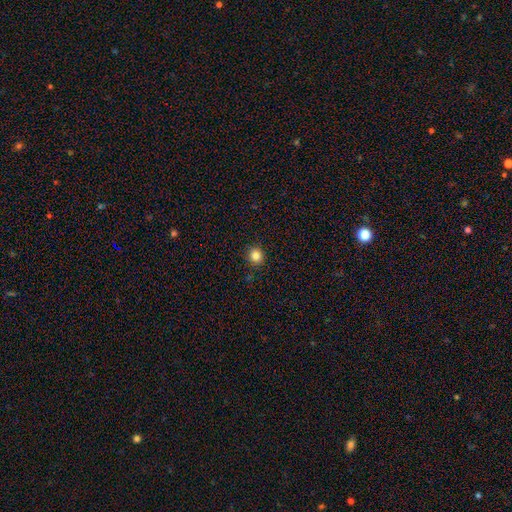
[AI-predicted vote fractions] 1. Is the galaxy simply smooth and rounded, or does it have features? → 84% smooth, 11% star or artifact, 5% featured or disk.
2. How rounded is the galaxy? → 89% round, 10% in between, 1% cigar-shaped.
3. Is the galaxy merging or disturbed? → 91% none, 6% minor disturbance, 2% major disturbance, 1% merger.